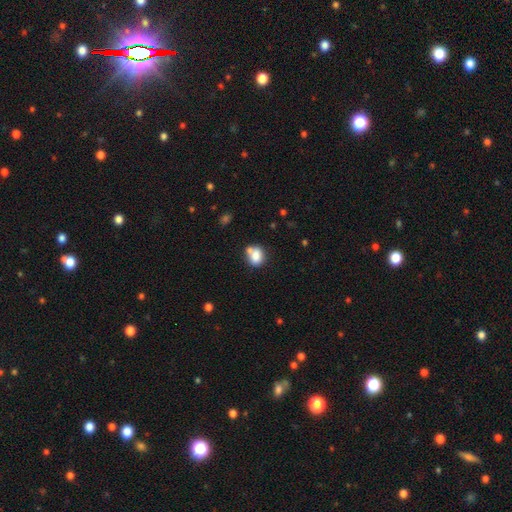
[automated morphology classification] A smooth galaxy with no disk features (80%) that is round (53%). Merging: none (51%).